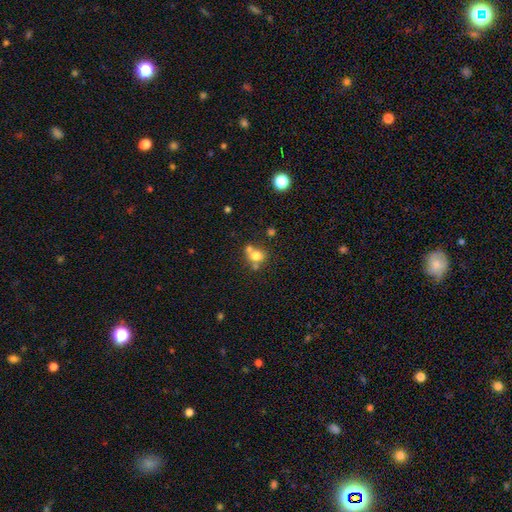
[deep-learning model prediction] A smooth galaxy with no disk features (72%) that is round (73%).

Vote fractions:
- Smooth or featured? smooth: 72% / featured or disk: 15% / star or artifact: 13%
- How rounded? round: 73% / in between: 26% / cigar-shaped: 1%
- Merging? none: 44% / merger: 43% / minor disturbance: 9% / major disturbance: 4%